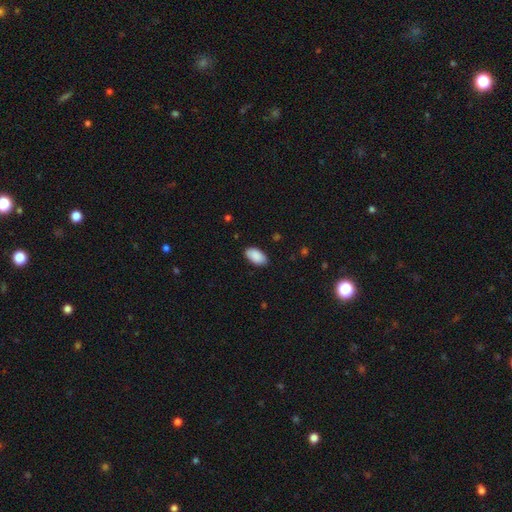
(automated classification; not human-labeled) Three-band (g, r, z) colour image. It shows a smooth galaxy with no disk features (90%) that is in between round and cigar-shaped (95%). Merging: none (87%).